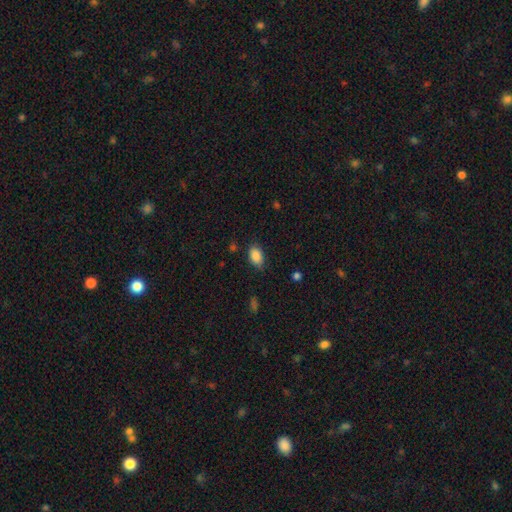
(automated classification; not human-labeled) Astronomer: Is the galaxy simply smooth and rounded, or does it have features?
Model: smooth — 87%.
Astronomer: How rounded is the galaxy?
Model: in between — 87%.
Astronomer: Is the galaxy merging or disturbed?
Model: none — 77%.